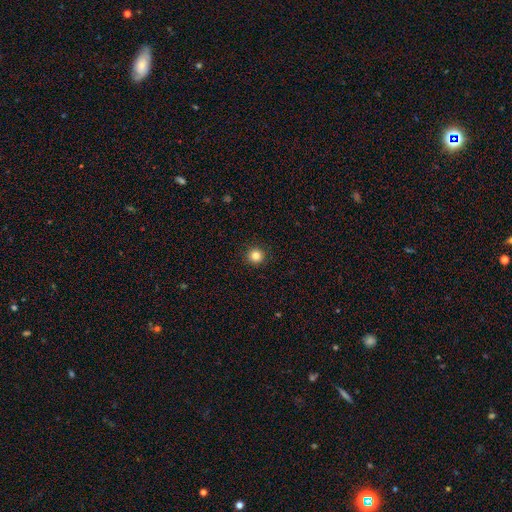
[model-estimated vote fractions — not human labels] This appears to be a smooth galaxy with no disk features (84%) that is round (96%). Merging: none (93%).